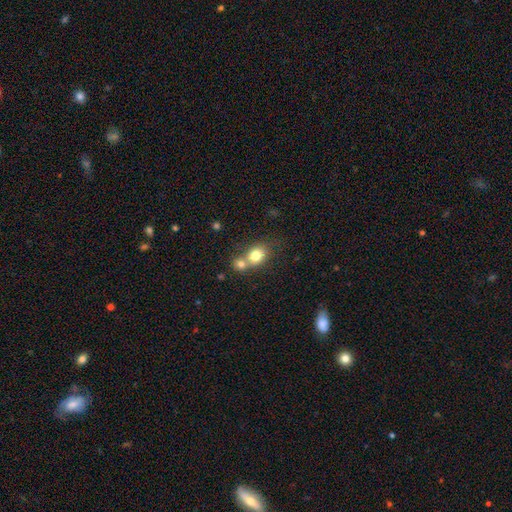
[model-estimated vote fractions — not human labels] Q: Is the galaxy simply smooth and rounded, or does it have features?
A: smooth — 77%.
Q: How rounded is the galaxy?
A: round — 59%.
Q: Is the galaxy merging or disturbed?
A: merger — 51%.